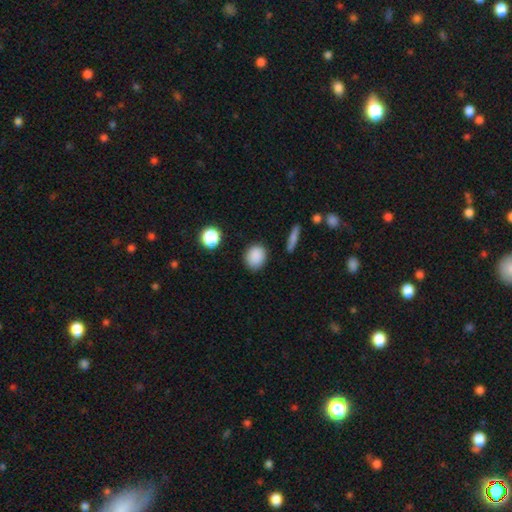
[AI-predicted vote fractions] This is clearly a smooth galaxy (86%). How rounded: likely round (69%). Merging: clearly none (85%).